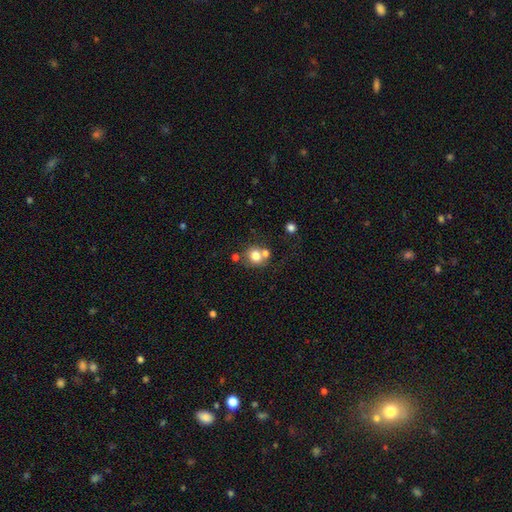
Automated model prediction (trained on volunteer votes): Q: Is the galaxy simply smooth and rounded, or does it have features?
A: smooth — 77%.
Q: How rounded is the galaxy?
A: round — 80%.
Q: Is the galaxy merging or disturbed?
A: none — 59%.